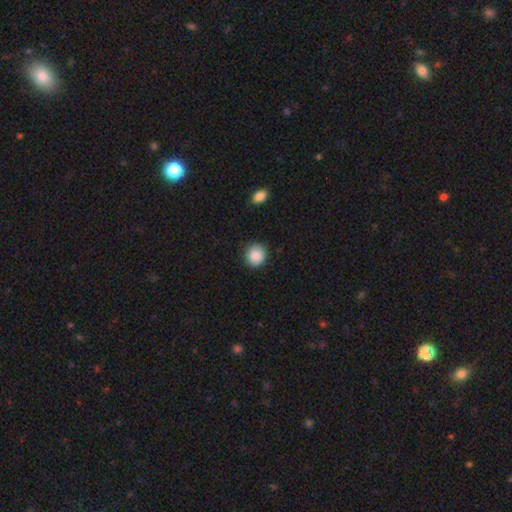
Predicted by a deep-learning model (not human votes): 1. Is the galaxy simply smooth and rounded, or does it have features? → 88% smooth, 8% star or artifact, 4% featured or disk.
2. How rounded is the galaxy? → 88% round, 11% in between, 1% cigar-shaped.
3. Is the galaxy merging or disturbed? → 88% none, 8% minor disturbance, 2% major disturbance, 1% merger.